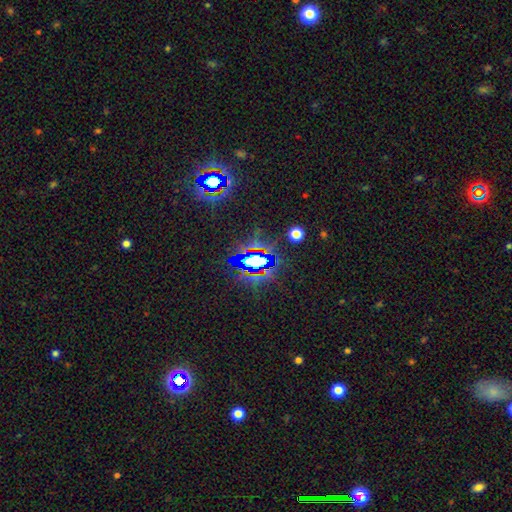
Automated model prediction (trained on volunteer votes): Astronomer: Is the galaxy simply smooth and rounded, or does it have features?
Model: star or artifact — 69%.